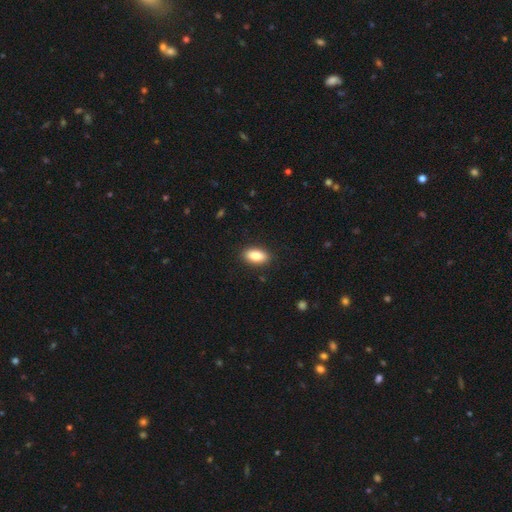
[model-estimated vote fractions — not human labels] Morphology: type=smooth (85%); roundness=in between (89%); merging=none (89%).